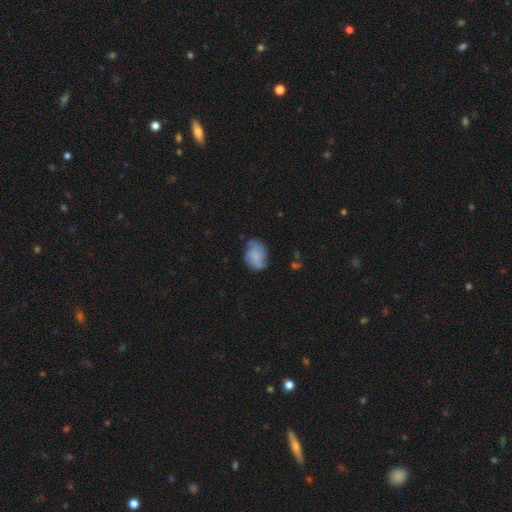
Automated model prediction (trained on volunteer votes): This appears to be a smooth galaxy with no disk features (55%) that is in between round and cigar-shaped (72%). Merging: none (56%).